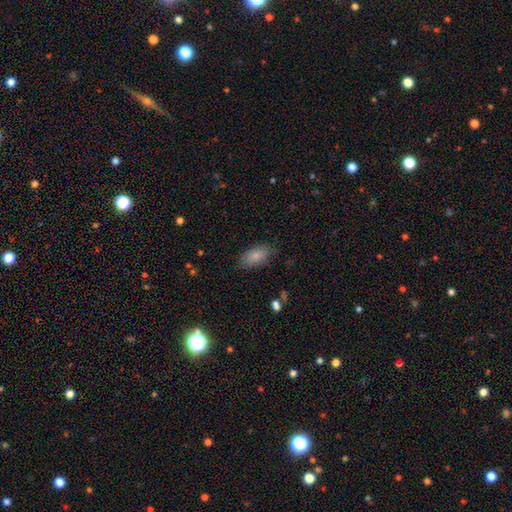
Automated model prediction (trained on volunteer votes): smooth_or_featured: smooth (p=0.85) [alt: featured or disk p=0.08]
how_rounded: in between (p=0.92) [alt: cigar-shaped p=0.05]
merging: none (p=0.79) [alt: minor disturbance p=0.16]